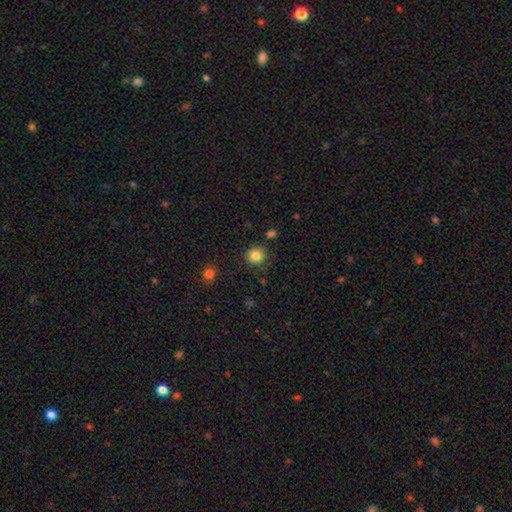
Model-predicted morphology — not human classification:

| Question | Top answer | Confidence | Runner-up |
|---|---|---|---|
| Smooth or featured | smooth | 84% | star or artifact (11%) |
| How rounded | round | 91% | in between (8%) |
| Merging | none | 87% | minor disturbance (8%) |